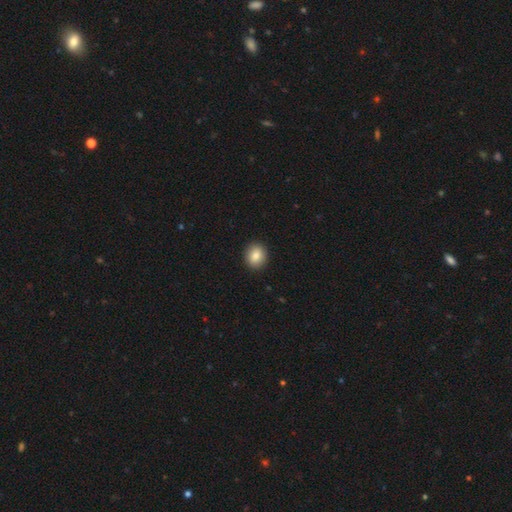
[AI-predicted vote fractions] Q: Smooth or featured?
A: smooth (84%); runner-up: star or artifact (9%)
Q: How rounded?
A: round (72%); runner-up: in between (27%)
Q: Merging?
A: none (92%); runner-up: minor disturbance (6%)